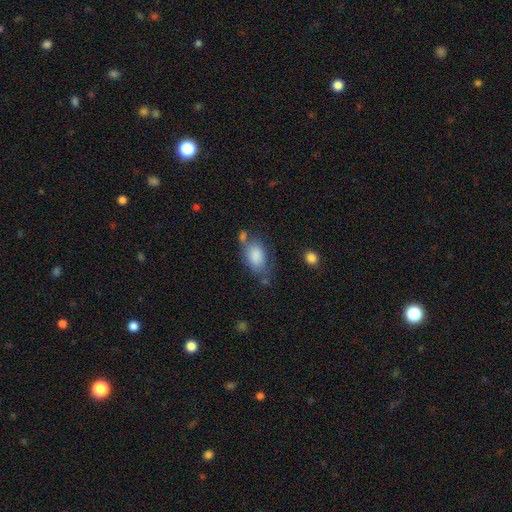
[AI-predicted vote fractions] A smooth galaxy with no disk features (84%) that is in between round and cigar-shaped (89%). Merging: none (50%).